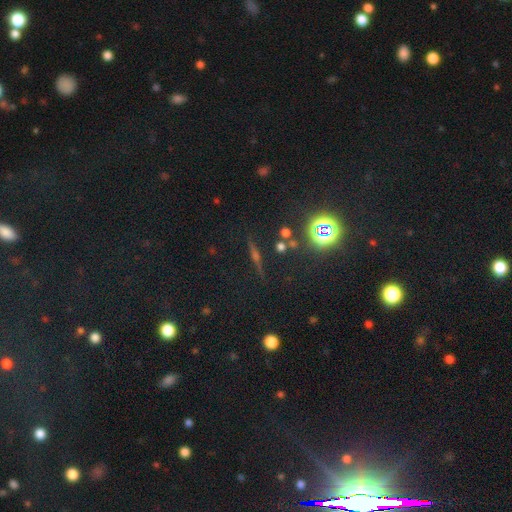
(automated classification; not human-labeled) Smooth or featured? Predicted: featured or disk (p=0.57). Edge-on disk? Predicted: yes (p=0.94). Edge-on bulge? Predicted: rounded (p=0.88). Merging? Predicted: none (p=0.89).